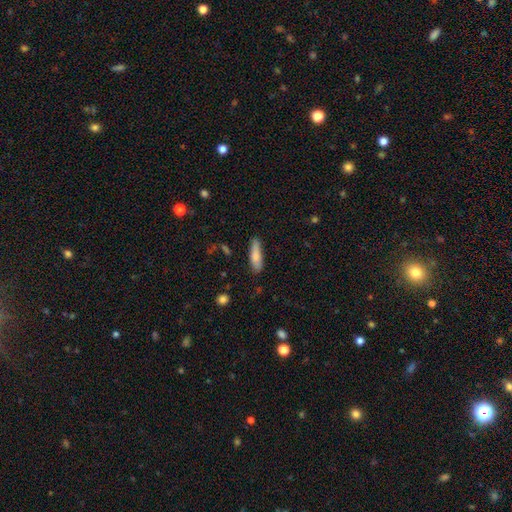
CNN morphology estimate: smooth_or_featured: smooth (p=0.80) [alt: featured or disk p=0.14]
how_rounded: cigar-shaped (p=0.64) [alt: in between p=0.34]
merging: none (p=0.72) [alt: minor disturbance p=0.21]